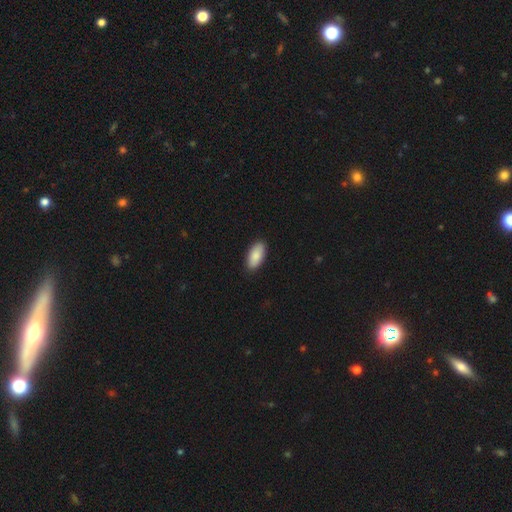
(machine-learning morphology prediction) Q: Smooth or featured?
A: smooth (88%); runner-up: featured or disk (6%)
Q: How rounded?
A: in between (91%); runner-up: cigar-shaped (7%)
Q: Merging?
A: none (90%); runner-up: minor disturbance (7%)